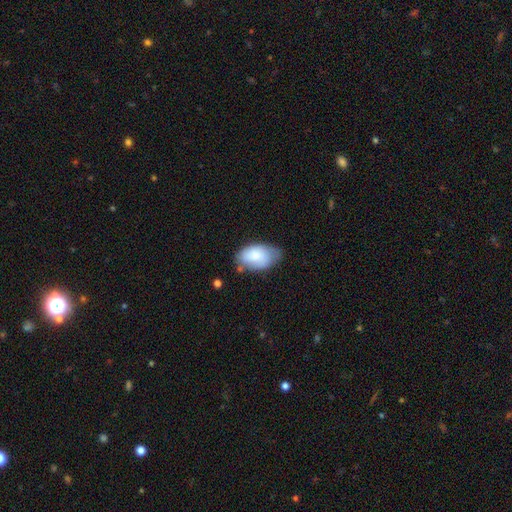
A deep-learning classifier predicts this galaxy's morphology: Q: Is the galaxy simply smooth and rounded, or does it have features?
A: smooth — 76%.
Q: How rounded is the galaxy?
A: in between — 93%.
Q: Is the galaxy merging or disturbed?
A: none — 54%.